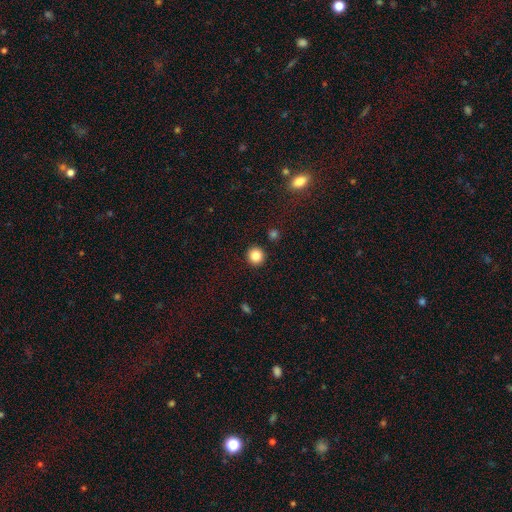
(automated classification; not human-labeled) smooth_or_featured: smooth (p=0.85) [alt: star or artifact p=0.10]
how_rounded: round (p=0.94) [alt: in between p=0.05]
merging: none (p=0.92) [alt: minor disturbance p=0.05]